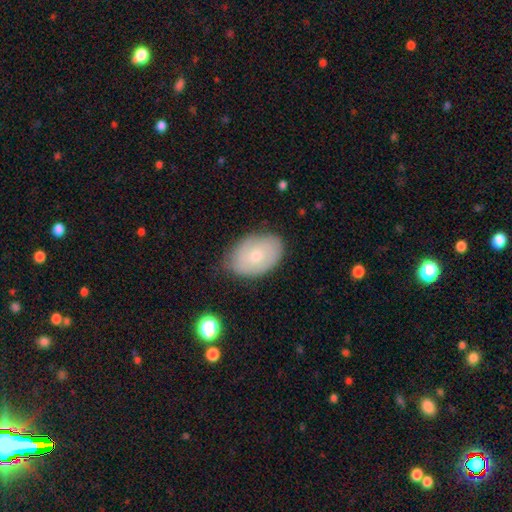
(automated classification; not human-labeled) A smooth galaxy with no disk features (61%) that is in between round and cigar-shaped (87%).

Vote fractions:
- Smooth or featured? smooth: 61% / featured or disk: 32% / star or artifact: 7%
- How rounded? in between: 87% / round: 12% / cigar-shaped: 1%
- Merging? none: 71% / minor disturbance: 22% / major disturbance: 5% / merger: 1%